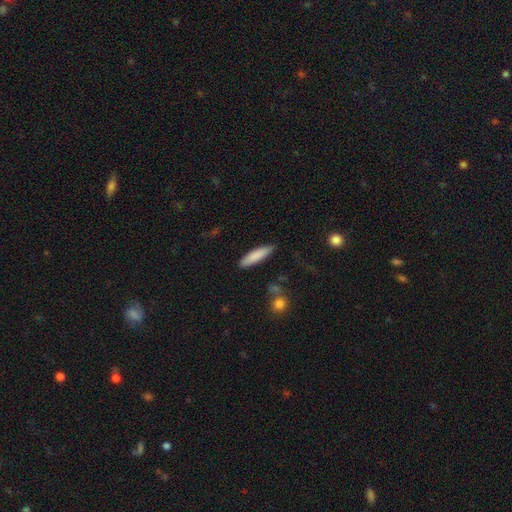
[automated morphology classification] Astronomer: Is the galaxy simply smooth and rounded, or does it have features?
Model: smooth — 84%.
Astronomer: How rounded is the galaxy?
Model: cigar-shaped — 74%.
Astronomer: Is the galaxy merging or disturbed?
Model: none — 87%.